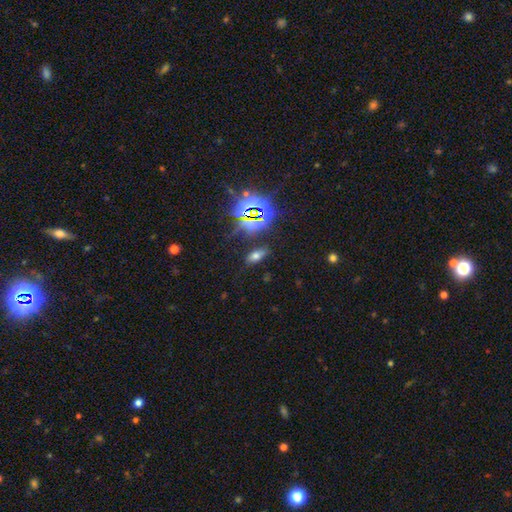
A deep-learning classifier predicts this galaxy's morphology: A smooth galaxy with no disk features (52%) that is in between round and cigar-shaped (78%). Merging: none (82%).